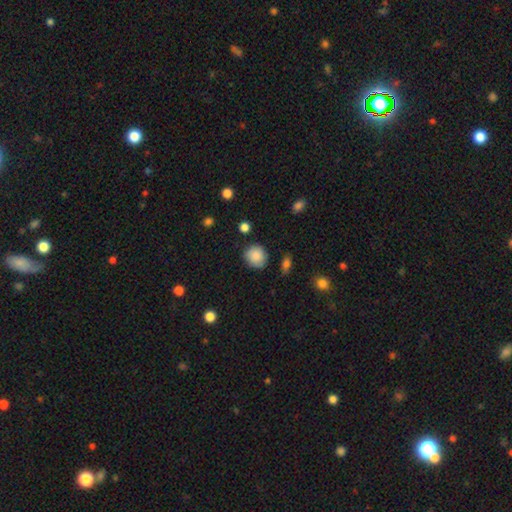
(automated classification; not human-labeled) Smooth or featured? Predicted: smooth (p=0.86). How rounded? Predicted: round (p=0.84). Merging? Predicted: none (p=0.81).